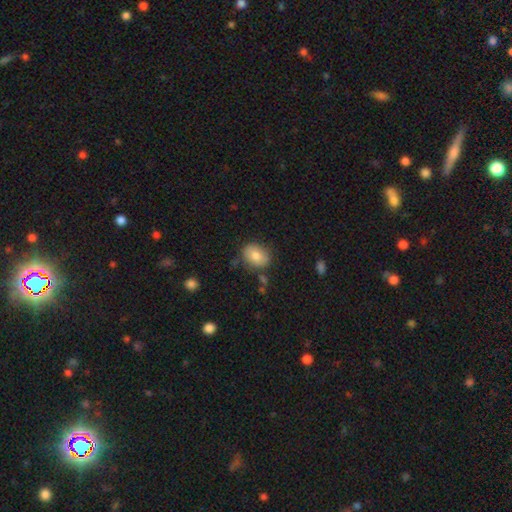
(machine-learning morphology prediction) Smooth or featured?
  - smooth: 79% *
  - featured or disk: 12%
  - star or artifact: 8%
How rounded?
  - in between: 53% *
  - round: 46%
  - cigar-shaped: 1%
Merging?
  - none: 78% *
  - minor disturbance: 15%
  - major disturbance: 4%
  - merger: 3%